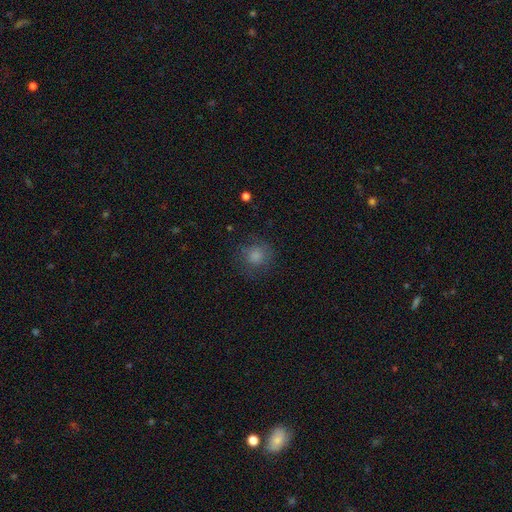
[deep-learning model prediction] This is clearly a smooth galaxy (81%). How rounded: clearly round (88%). Merging: likely none (76%).